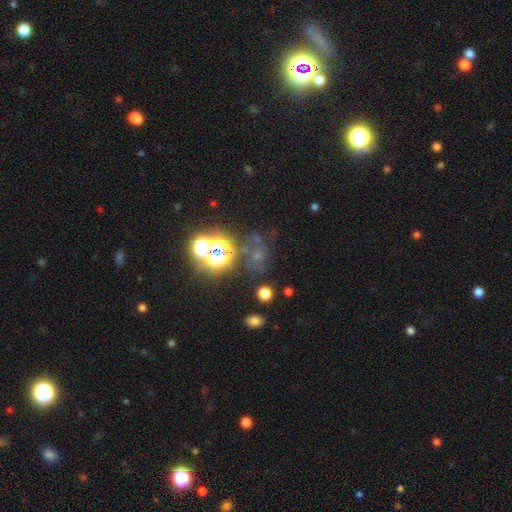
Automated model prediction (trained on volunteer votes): This appears to be a star or artifact, not a galaxy (48%).